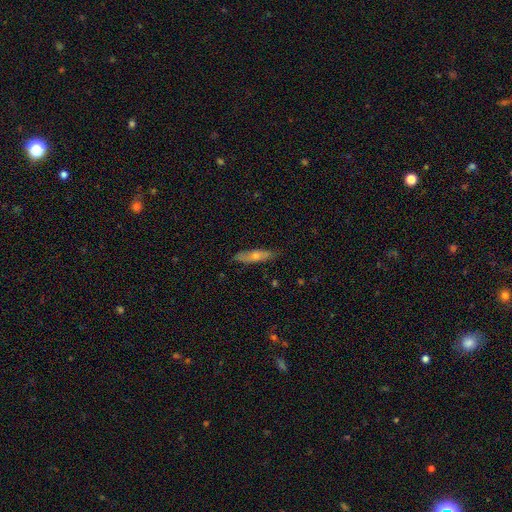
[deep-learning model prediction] The model was most divided on "smooth or featured": smooth: 47%, featured or disk: 45%, star or artifact: 7%. More confident: merging — none (83%).